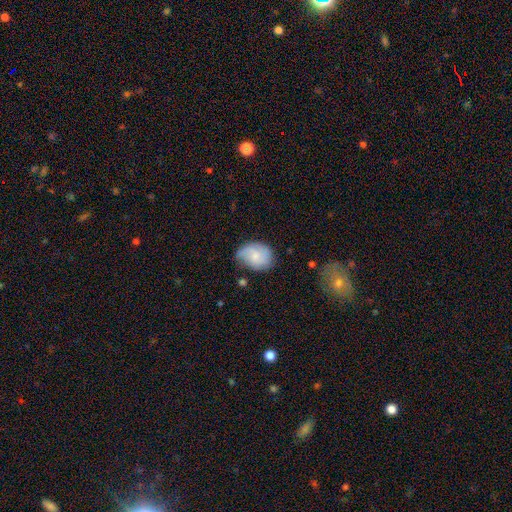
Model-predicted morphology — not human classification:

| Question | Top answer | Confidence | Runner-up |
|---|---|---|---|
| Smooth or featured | smooth | 58% | featured or disk (35%) |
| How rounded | in between | 64% | round (35%) |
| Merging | none | 54% | minor disturbance (34%) |